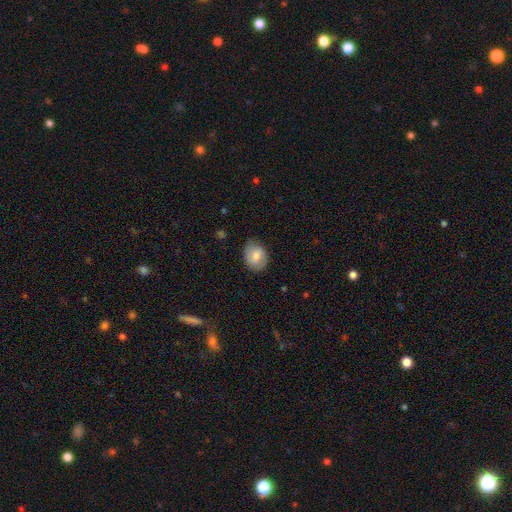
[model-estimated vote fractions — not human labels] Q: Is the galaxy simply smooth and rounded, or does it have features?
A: smooth — 67%.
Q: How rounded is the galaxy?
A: in between — 51%.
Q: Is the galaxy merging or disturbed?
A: none — 75%.